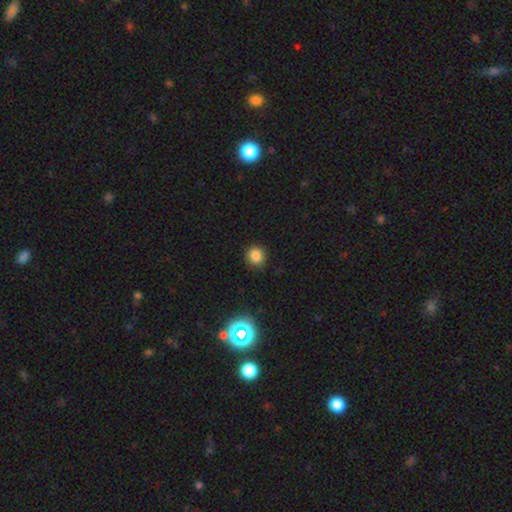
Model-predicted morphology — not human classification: smooth-or-featured: smooth: 81% | star or artifact: 14% | featured or disk: 5%
  how-rounded: round: 92% | in between: 7% | cigar-shaped: 1%
  merging: none: 89% | minor disturbance: 7% | major disturbance: 2% | merger: 1%